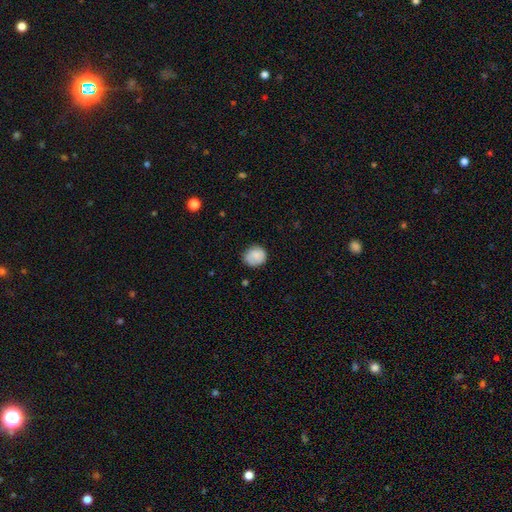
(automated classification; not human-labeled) smooth-or-featured: smooth: 81% | featured or disk: 12% | star or artifact: 8%
  how-rounded: round: 77% | in between: 22% | cigar-shaped: 1%
  merging: none: 74% | minor disturbance: 21% | major disturbance: 4% | merger: 2%